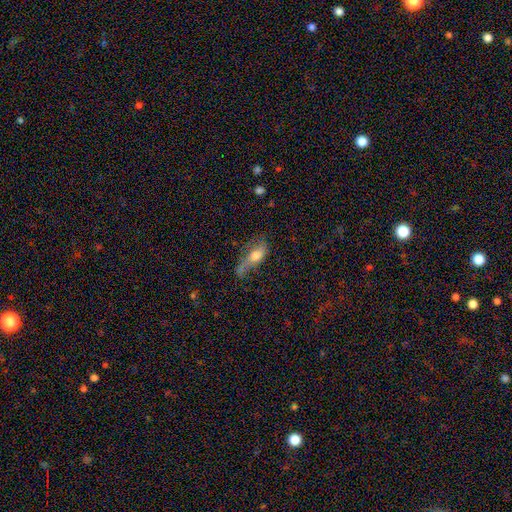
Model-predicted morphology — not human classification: Q: Smooth or featured?
A: smooth (58%); runner-up: featured or disk (33%)
Q: How rounded?
A: in between (72%); runner-up: cigar-shaped (22%)
Q: Merging?
A: none (35%); runner-up: minor disturbance (30%)